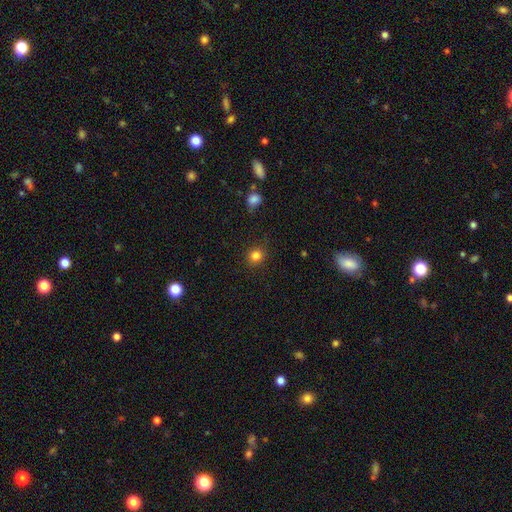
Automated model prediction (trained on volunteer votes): Smooth or featured?
  - smooth: 82% *
  - star or artifact: 13%
  - featured or disk: 5%
How rounded?
  - round: 87% *
  - in between: 12%
  - cigar-shaped: 1%
Merging?
  - none: 88% *
  - minor disturbance: 8%
  - major disturbance: 3%
  - merger: 1%